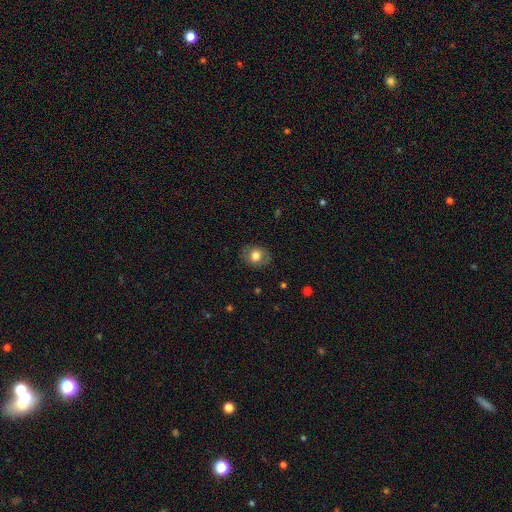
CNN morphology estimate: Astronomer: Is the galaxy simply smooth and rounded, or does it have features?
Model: smooth — 72%.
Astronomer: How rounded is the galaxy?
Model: round — 54% (runner-up: in between, 45%).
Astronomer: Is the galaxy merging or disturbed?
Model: none — 83%.